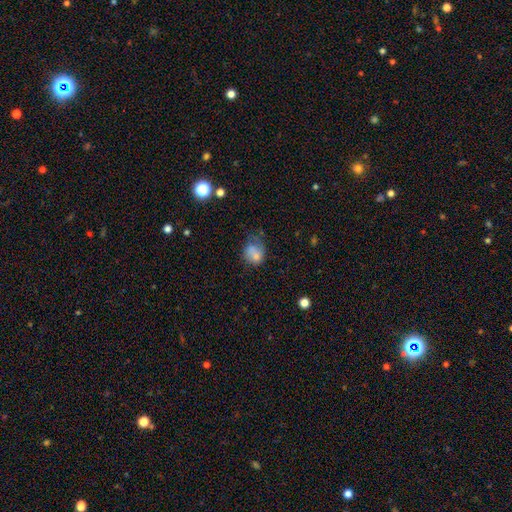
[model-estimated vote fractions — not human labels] Smooth or featured: smooth — 64% (featured or disk — 22%)
How rounded: round — 51% (in between — 48%)
Merging: none — 36% (minor disturbance — 29%)